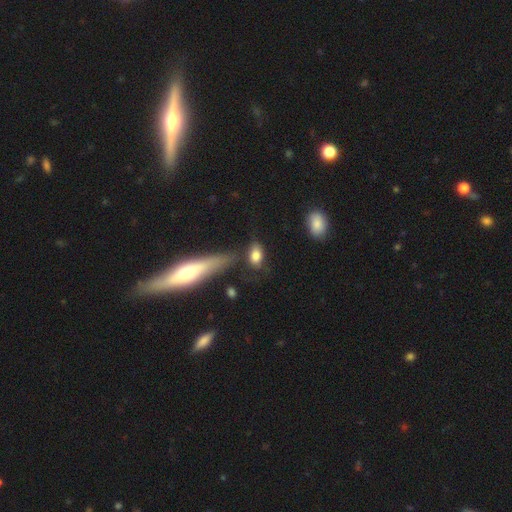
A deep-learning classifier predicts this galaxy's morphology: Overall: smooth (81%). How rounded: in between (83%). Merging: none (61%).